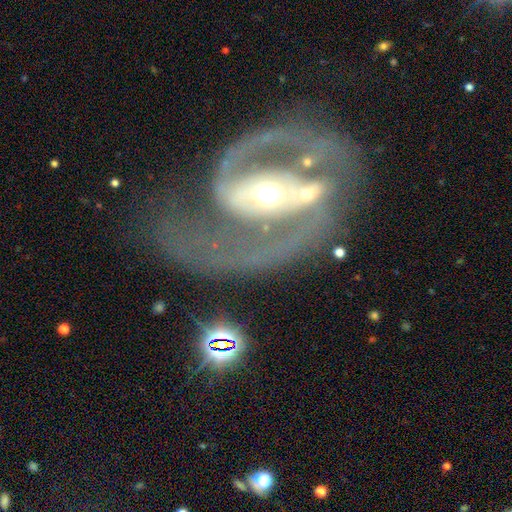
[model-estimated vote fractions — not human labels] smooth_or_featured: featured or disk (p=0.90) [alt: star or artifact p=0.05]
disk_edge_on: no (p=0.97) [alt: yes p=0.03]
bar: strong (p=0.45) [alt: weak p=0.31]
has_spiral_arms: yes (p=0.96) [alt: no p=0.04]
spiral_winding: medium (p=0.58) [alt: tight p=0.24]
spiral_arm_count: 2 (p=0.90) [alt: 1 p=0.03]
bulge_size: moderate (p=0.66) [alt: small p=0.21]
merging: none (p=0.54) [alt: minor disturbance p=0.18]